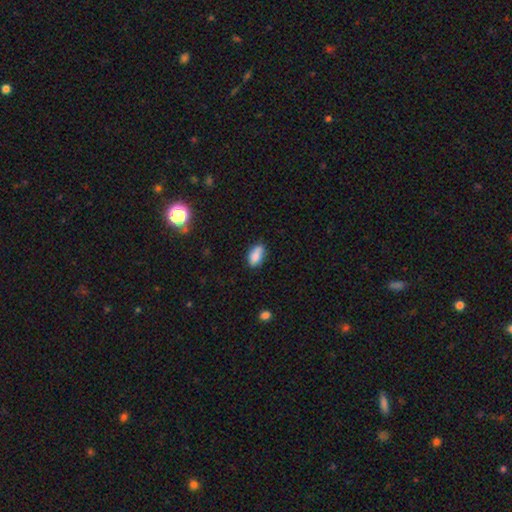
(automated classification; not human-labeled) smooth_or_featured: smooth (p=0.86) [alt: star or artifact p=0.08]
how_rounded: in between (p=0.91) [alt: round p=0.05]
merging: none (p=0.71) [alt: minor disturbance p=0.23]